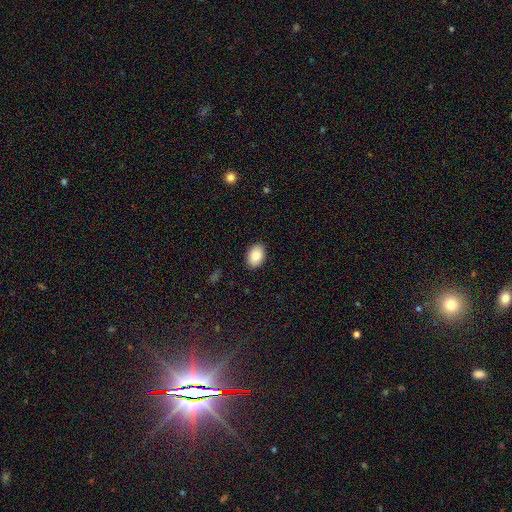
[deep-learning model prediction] Smooth or featured? Predicted: smooth (p=0.84). How rounded? Predicted: in between (p=0.83). Merging? Predicted: none (p=0.89).